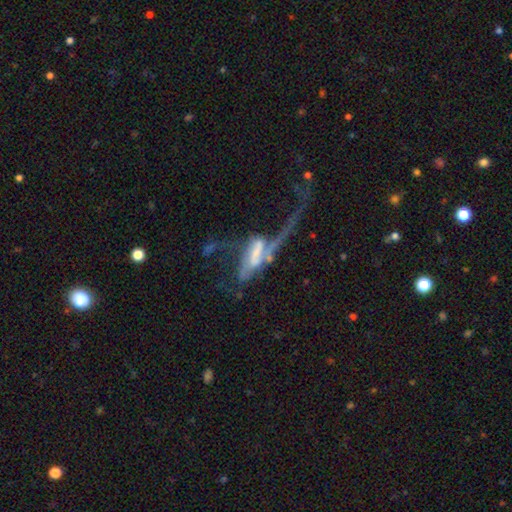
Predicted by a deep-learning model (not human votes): Overall: featured or disk (69%). Edge-on disk: no (83%). Bar: strong (36%; no 35%). Spiral arms: yes (59%; no 41%). Bulge size: none (35%; moderate 24%). Merging: major disturbance (53%; merger 23%).